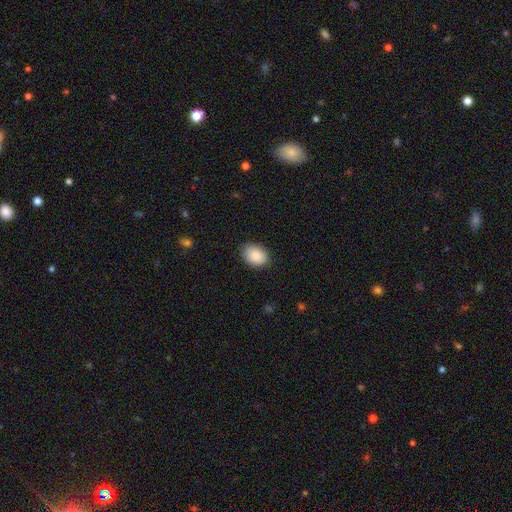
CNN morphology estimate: Smooth or featured: smooth — 89% (star or artifact — 7%)
How rounded: in between — 77% (round — 22%)
Merging: none — 84% (minor disturbance — 13%)